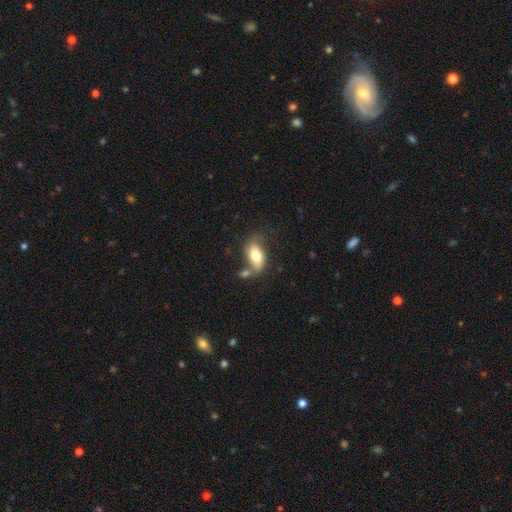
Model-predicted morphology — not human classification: Smooth or featured: smooth — 68% (featured or disk — 25%)
How rounded: in between — 89% (round — 6%)
Merging: none — 43% (merger — 27%)